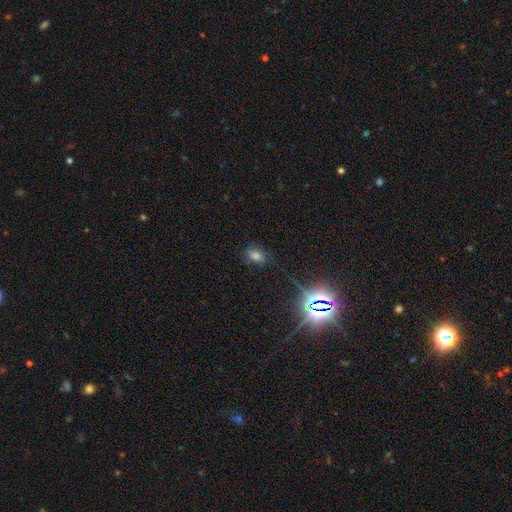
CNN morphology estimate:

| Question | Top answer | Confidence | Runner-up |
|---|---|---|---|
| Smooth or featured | smooth | 61% | star or artifact (28%) |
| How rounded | in between | 82% | round (15%) |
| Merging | none | 73% | minor disturbance (17%) |